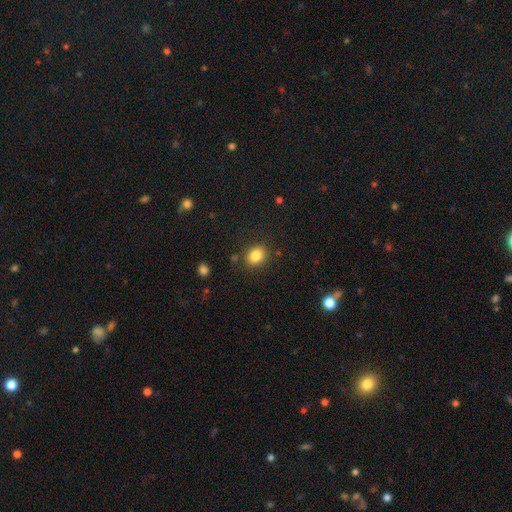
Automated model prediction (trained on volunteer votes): Smooth or featured? smooth (84%)
How rounded? in between (51%)
Merging? none (86%)